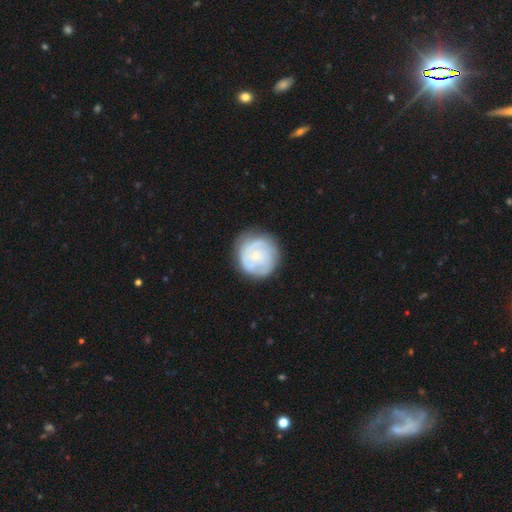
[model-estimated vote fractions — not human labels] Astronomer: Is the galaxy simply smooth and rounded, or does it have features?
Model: featured or disk — 60%.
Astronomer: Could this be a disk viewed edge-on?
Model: no — 98%.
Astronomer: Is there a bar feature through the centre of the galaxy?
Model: no — 79%.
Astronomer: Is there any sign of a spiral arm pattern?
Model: yes — 79%.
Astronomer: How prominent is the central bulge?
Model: small — 70%.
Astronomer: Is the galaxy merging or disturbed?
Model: none — 73%.